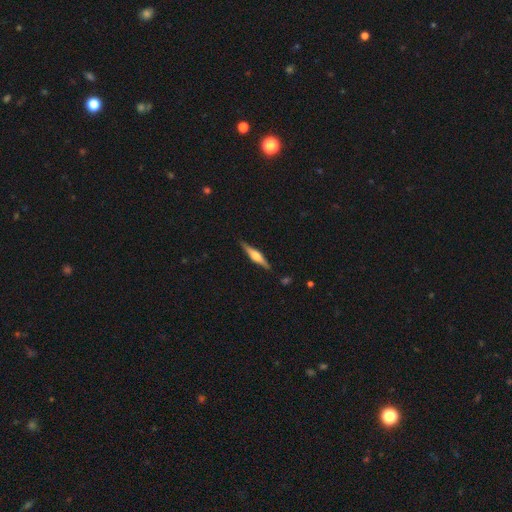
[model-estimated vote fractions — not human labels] This appears to be a featured or disk galaxy (70%) viewed edge-on (97%) with a rounded central bulge (85%). Merging: none (88%).